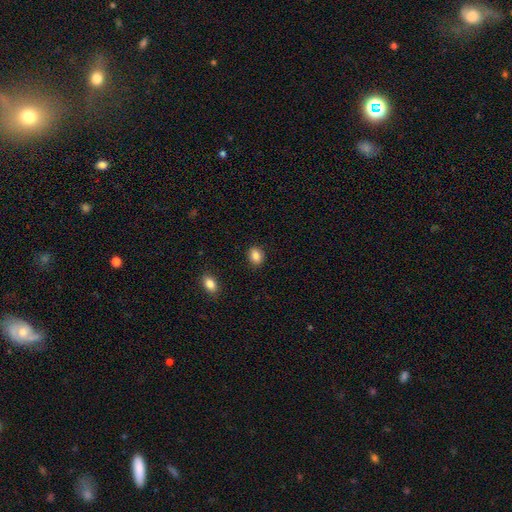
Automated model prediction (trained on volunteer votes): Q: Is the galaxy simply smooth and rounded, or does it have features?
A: smooth — 85%.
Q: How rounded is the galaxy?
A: in between — 58%.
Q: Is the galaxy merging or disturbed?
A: none — 89%.